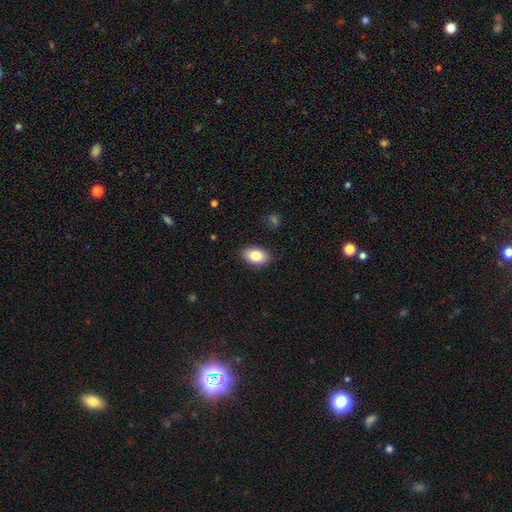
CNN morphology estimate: smooth 83%, featured or disk 9%, star or artifact 7%. Down the decision tree: how rounded — in between (90%); merging — none (88%).